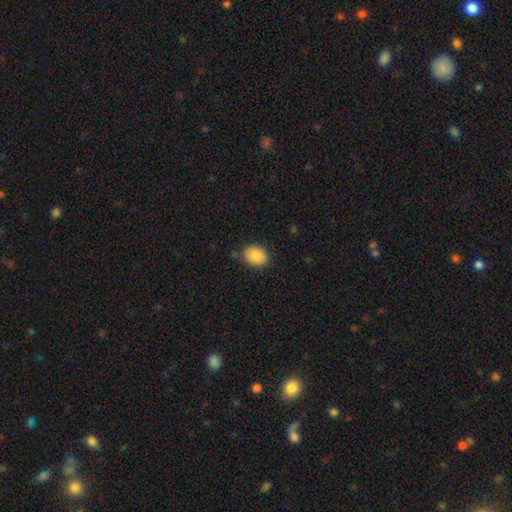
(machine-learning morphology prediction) Smooth or featured? Predicted: smooth (p=0.88). How rounded? Predicted: in between (p=0.53). Merging? Predicted: none (p=0.81).